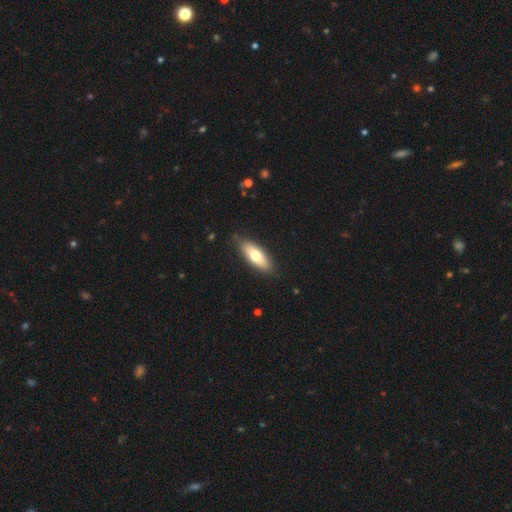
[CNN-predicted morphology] Smooth or featured? smooth (67%)
How rounded? in between (67%)
Merging? none (85%)